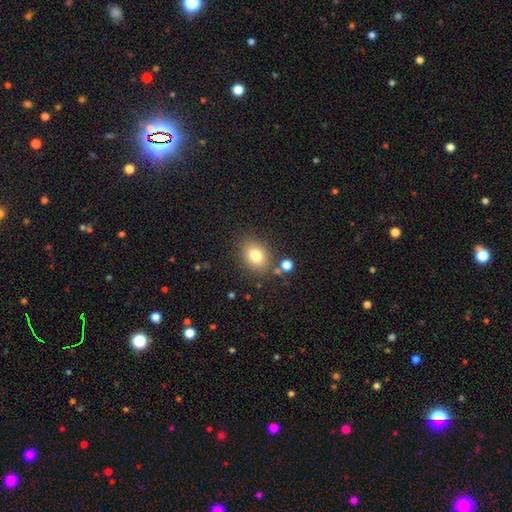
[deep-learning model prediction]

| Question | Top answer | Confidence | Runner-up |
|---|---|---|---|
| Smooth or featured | smooth | 79% | star or artifact (11%) |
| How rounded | in between | 52% | round (47%) |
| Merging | none | 80% | minor disturbance (11%) |